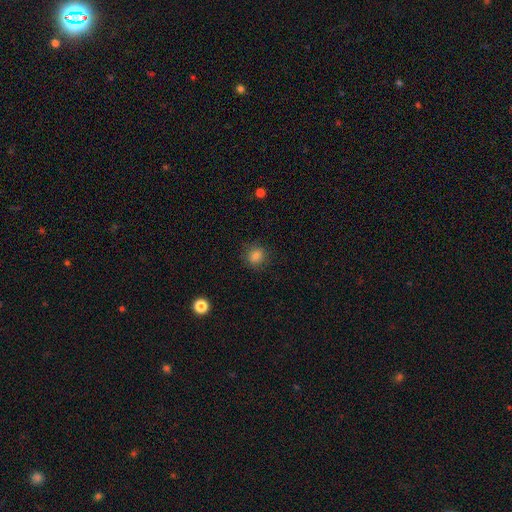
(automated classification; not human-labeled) smooth_or_featured: smooth (p=0.84) [alt: star or artifact p=0.11]
how_rounded: round (p=0.80) [alt: in between p=0.19]
merging: none (p=0.85) [alt: minor disturbance p=0.10]